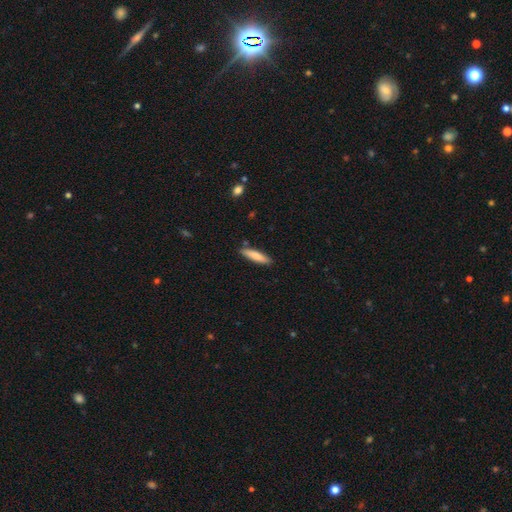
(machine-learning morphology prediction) Smooth or featured: smooth — 80% (featured or disk — 15%)
How rounded: cigar-shaped — 79% (in between — 20%)
Merging: none — 86% (minor disturbance — 10%)